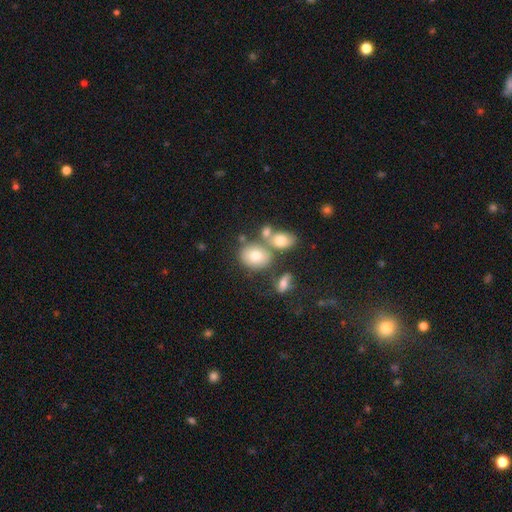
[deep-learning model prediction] Smooth or featured: smooth — 73% (featured or disk — 16%)
How rounded: in between — 54% (round — 44%)
Merging: none — 49% (merger — 32%)